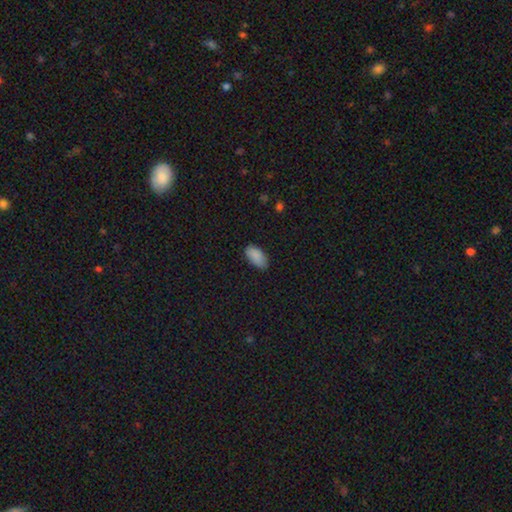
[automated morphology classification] Smooth or featured: smooth — 88% (star or artifact — 8%)
How rounded: in between — 94% (cigar-shaped — 3%)
Merging: none — 77% (minor disturbance — 19%)